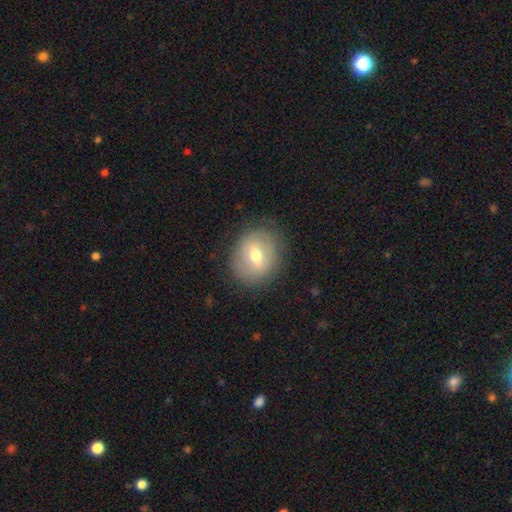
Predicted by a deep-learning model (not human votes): smooth_or_featured: smooth (p=0.58) [alt: featured or disk p=0.33]
how_rounded: round (p=0.65) [alt: in between p=0.34]
merging: none (p=0.83) [alt: minor disturbance p=0.12]